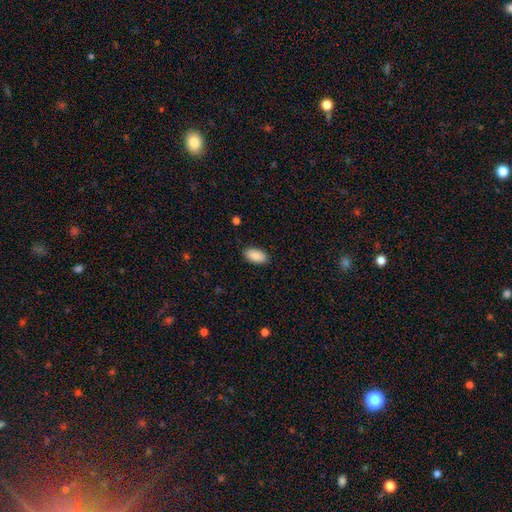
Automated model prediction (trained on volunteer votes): This appears to be a smooth galaxy with no disk features (89%) that is in between round and cigar-shaped (95%). Merging: none (89%).